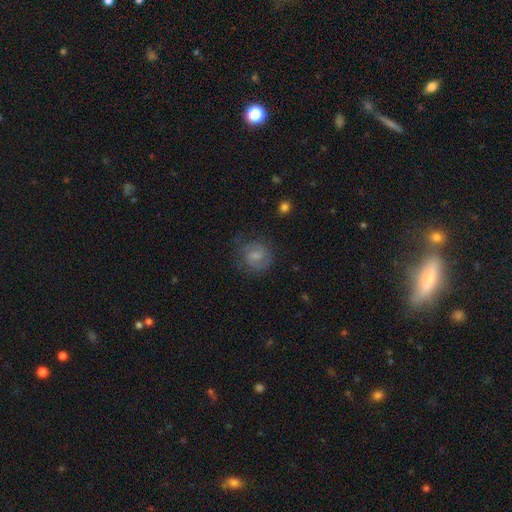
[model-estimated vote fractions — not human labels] Q: Smooth or featured?
A: featured or disk (58%); runner-up: smooth (34%)
Q: Edge-on disk?
A: no (98%); runner-up: yes (2%)
Q: Bar?
A: weak (52%); runner-up: no (37%)
Q: Spiral arms?
A: yes (89%); runner-up: no (11%)
Q: Spiral winding?
A: medium (45%); runner-up: tight (41%)
Q: Spiral arm count?
A: 2 (79%); runner-up: can't tell (12%)
Q: Bulge size?
A: small (42%); runner-up: moderate (30%)
Q: Merging?
A: none (72%); runner-up: minor disturbance (18%)